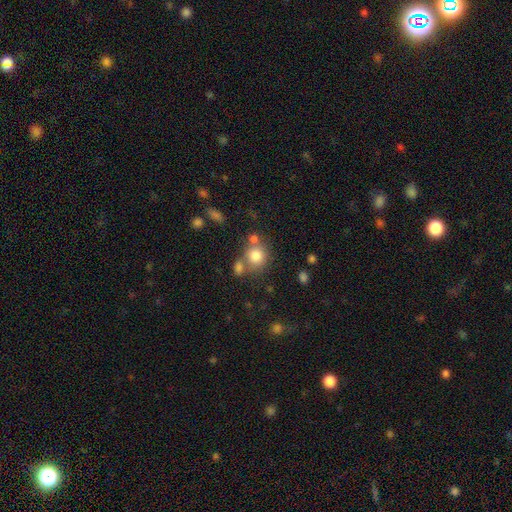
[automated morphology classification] This appears to be a smooth galaxy with no disk features (79%) that is round (82%). Merging: none (60%).